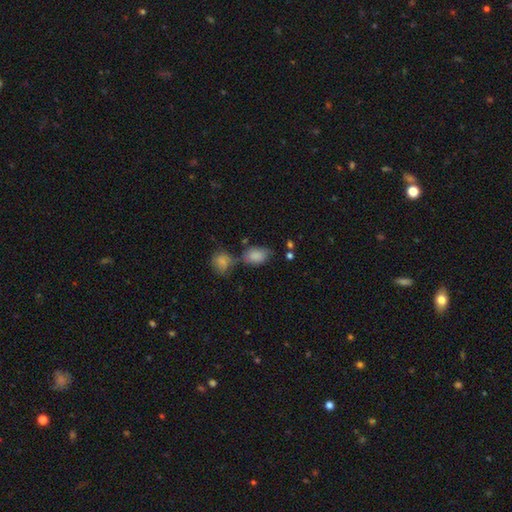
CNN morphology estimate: This is clearly a smooth galaxy (85%). How rounded: clearly in between (85%). Merging: possibly none (51%).